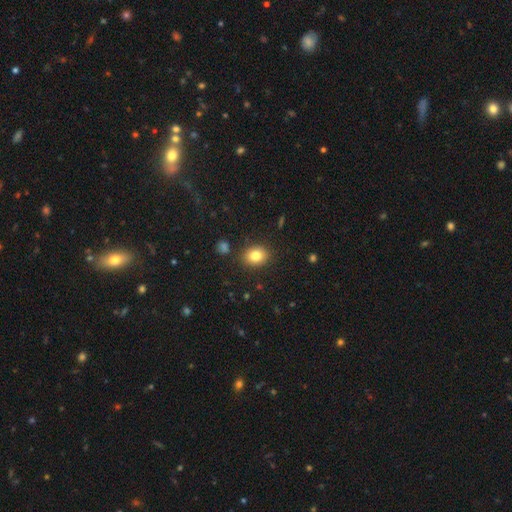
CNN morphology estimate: The model was most divided on "how rounded": round: 50%, in between: 49%, cigar-shaped: 1%. More confident: merging — none (87%); smooth or featured — smooth (81%).